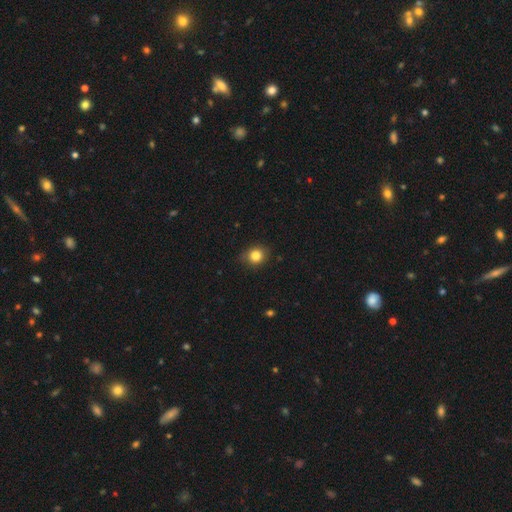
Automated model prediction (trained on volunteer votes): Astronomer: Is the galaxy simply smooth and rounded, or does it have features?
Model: smooth — 83%.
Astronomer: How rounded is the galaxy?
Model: round — 78%.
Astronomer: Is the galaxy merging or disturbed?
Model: none — 81%.